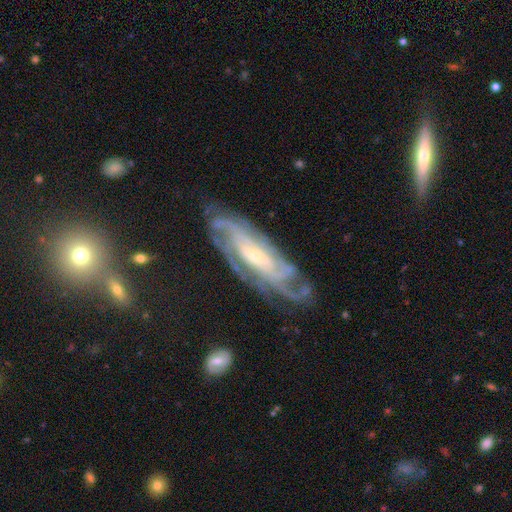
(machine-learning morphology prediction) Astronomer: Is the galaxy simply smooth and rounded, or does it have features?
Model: featured or disk — 87%.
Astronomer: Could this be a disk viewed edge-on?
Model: no — 88%.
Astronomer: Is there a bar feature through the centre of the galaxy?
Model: no — 55%.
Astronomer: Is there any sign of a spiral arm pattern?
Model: yes — 97%.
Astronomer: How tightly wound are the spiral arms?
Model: tight — 64%.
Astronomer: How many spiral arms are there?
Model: can't tell — 31% (runner-up: 4, 23%).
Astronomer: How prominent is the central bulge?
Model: small — 71%.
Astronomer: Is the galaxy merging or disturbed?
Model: none — 71%.